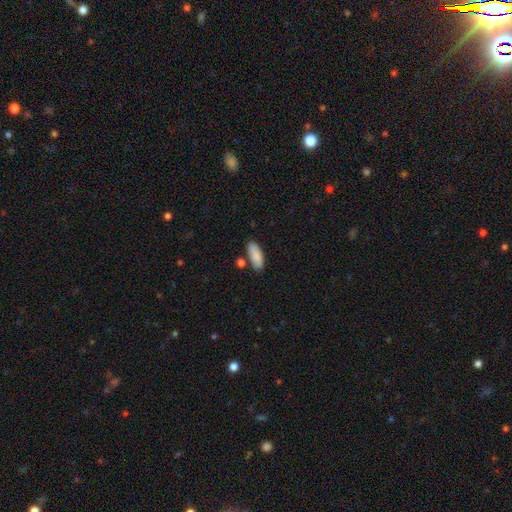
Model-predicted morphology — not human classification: Smooth or featured? smooth (87%)
How rounded? in between (81%)
Merging? none (75%)